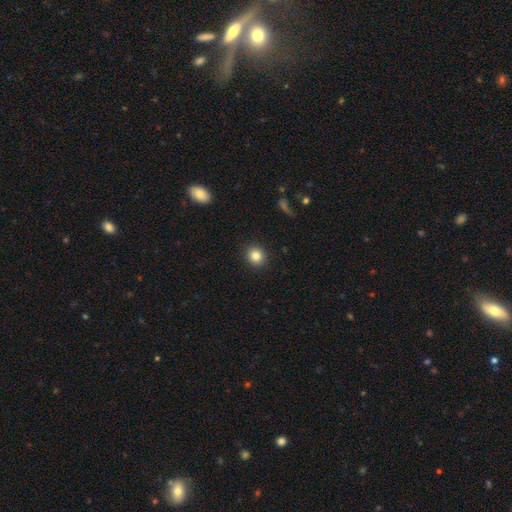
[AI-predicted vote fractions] A smooth galaxy with no disk features (83%) that is round (86%).

Vote fractions:
- Smooth or featured? smooth: 83% / star or artifact: 10% / featured or disk: 7%
- How rounded? round: 86% / in between: 13% / cigar-shaped: 1%
- Merging? none: 91% / minor disturbance: 6% / major disturbance: 2% / merger: 1%